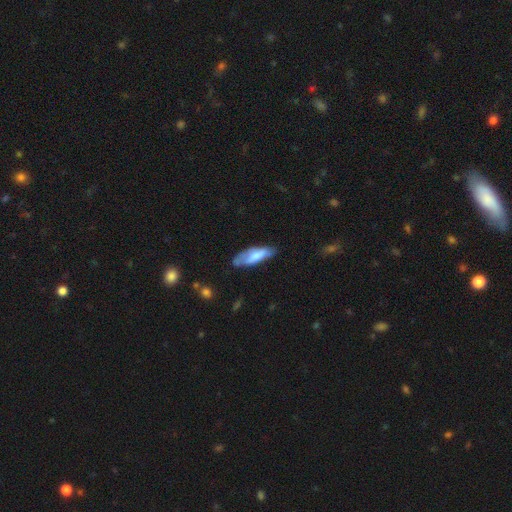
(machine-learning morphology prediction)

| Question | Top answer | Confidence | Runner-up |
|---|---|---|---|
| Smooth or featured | smooth | 67% | featured or disk (26%) |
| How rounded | in between | 57% | cigar-shaped (41%) |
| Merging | none | 58% | minor disturbance (29%) |